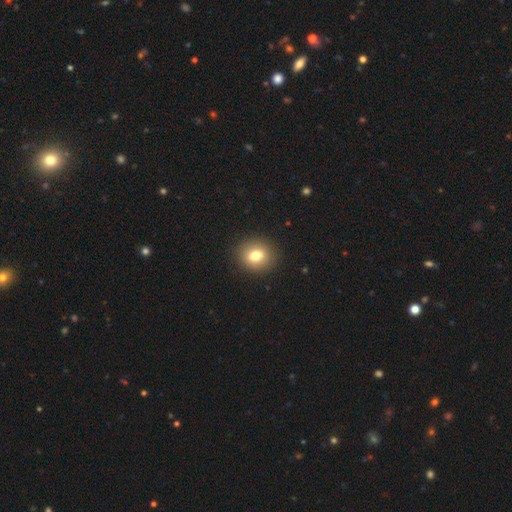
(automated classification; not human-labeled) Morphology: type=smooth (76%); roundness=round (73%); merging=none (91%).